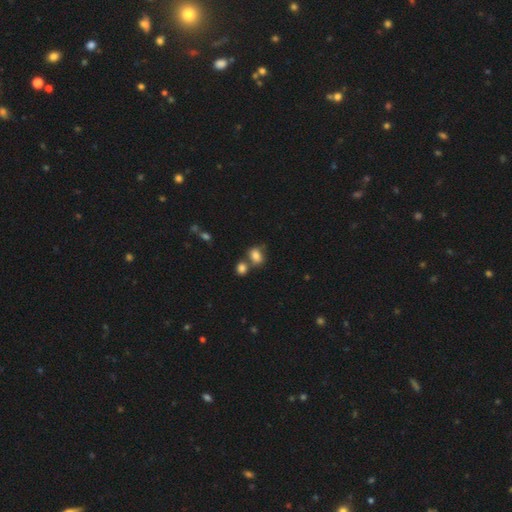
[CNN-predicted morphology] type=smooth (80%); roundness=in between (64%); merging=none (46%).